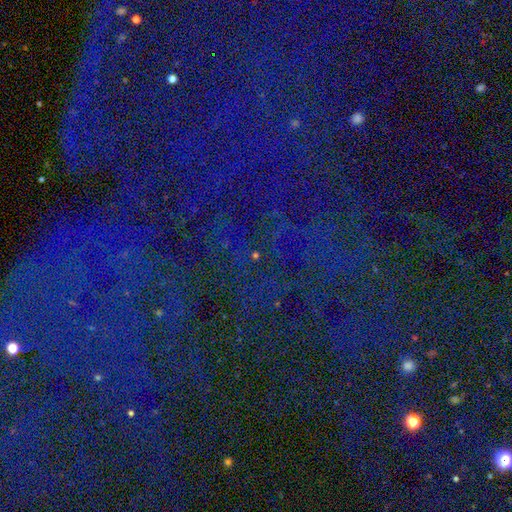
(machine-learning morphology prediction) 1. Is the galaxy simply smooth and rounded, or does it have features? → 81% star or artifact, 11% smooth, 8% featured or disk.